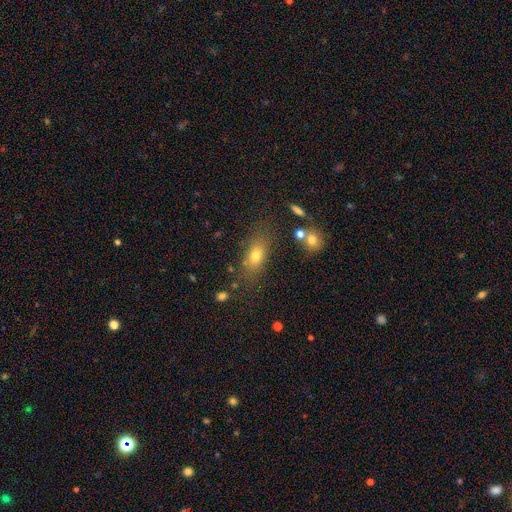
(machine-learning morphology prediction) The model was most divided on "smooth or featured": smooth: 72%, featured or disk: 15%, star or artifact: 13%. More confident: how rounded — in between (73%); merging — none (72%).